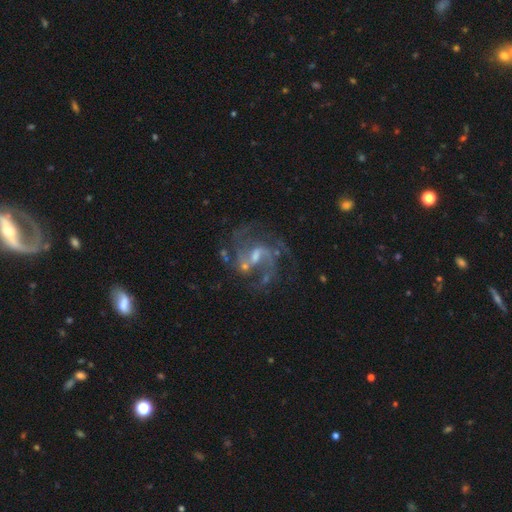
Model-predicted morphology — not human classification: The model was most divided on "bulge size": small: 44%, moderate: 39%, none: 13%, large: 3%, dominant: 1%. More confident: edge-on disk — no (98%); spiral arms — yes (95%); smooth or featured — featured or disk (87%); merging — none (60%); bar — weak (57%); spiral winding — medium (56%); spiral arm count — 2 (50%).